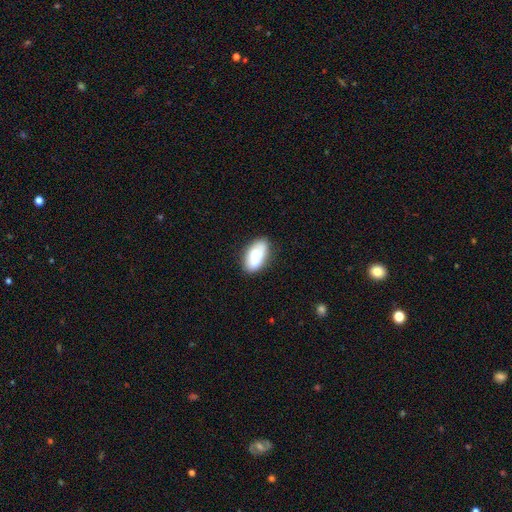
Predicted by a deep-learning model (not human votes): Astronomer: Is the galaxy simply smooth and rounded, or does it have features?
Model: smooth — 69%.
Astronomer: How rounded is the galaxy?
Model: in between — 90%.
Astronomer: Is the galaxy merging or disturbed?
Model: none — 76%.